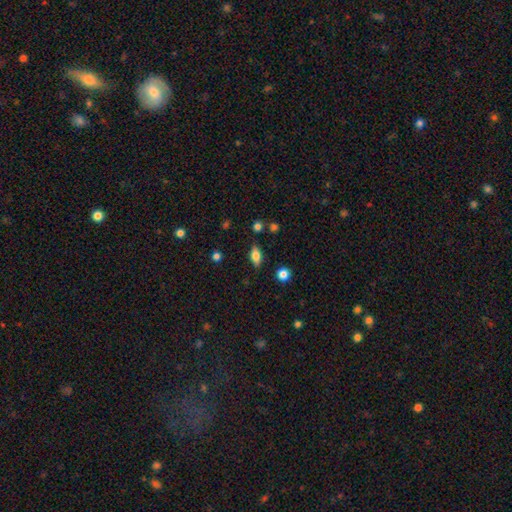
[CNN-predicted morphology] smooth_or_featured: smooth (p=0.68) [alt: featured or disk p=0.23]
how_rounded: in between (p=0.81) [alt: cigar-shaped p=0.12]
merging: none (p=0.84) [alt: minor disturbance p=0.11]